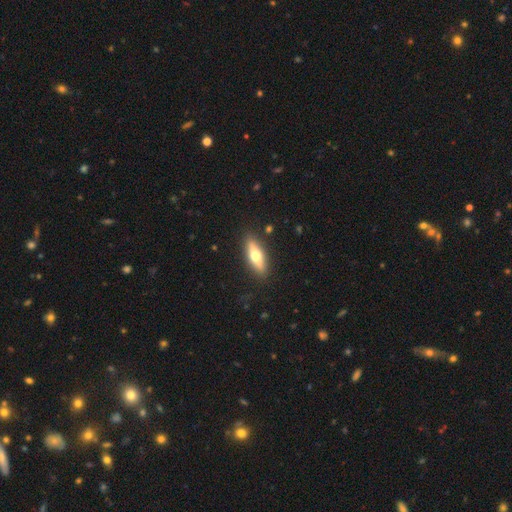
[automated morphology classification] Q: Smooth or featured?
A: smooth (52%); runner-up: featured or disk (42%)
Q: How rounded?
A: cigar-shaped (49%); runner-up: in between (48%)
Q: Merging?
A: none (88%); runner-up: minor disturbance (9%)